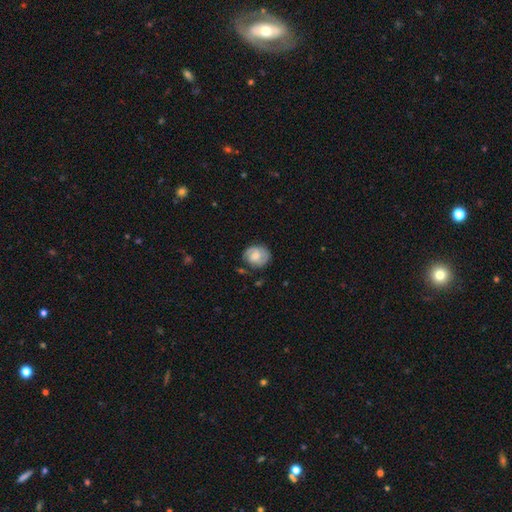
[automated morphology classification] This appears to be a featured or disk galaxy (59%) with no bar (57%), 2 (65%) tight (52%) spiral arms (88%) and a moderate central bulge (52%). Merging: none (72%).